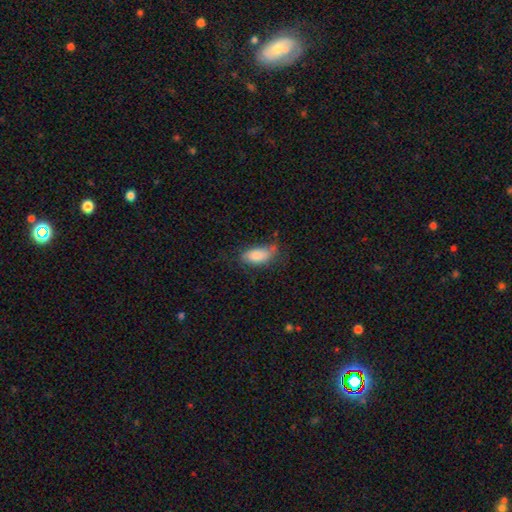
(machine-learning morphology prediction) Smooth or featured: smooth — 80% (featured or disk — 13%)
How rounded: in between — 89% (cigar-shaped — 8%)
Merging: none — 54% (minor disturbance — 31%)